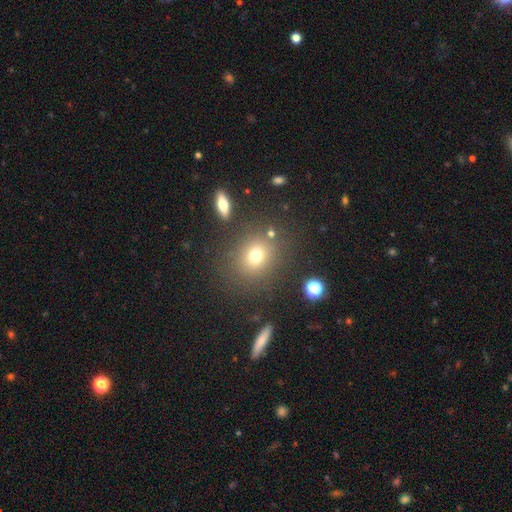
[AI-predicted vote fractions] smooth 72%, star or artifact 17%, featured or disk 11%. Down the decision tree: how rounded — round (69%); merging — none (80%).